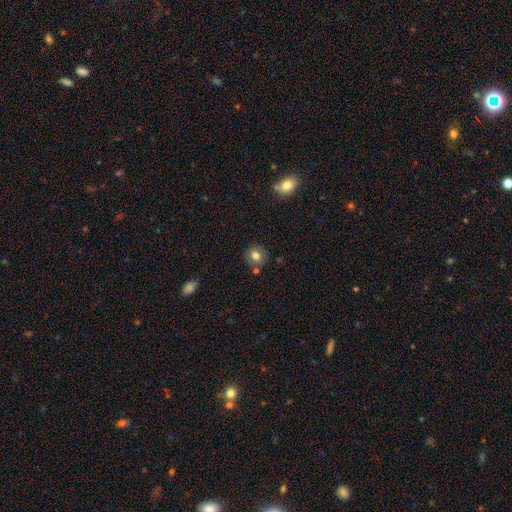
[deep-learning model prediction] Overall: smooth (76%). How rounded: round (78%). Merging: none (81%).